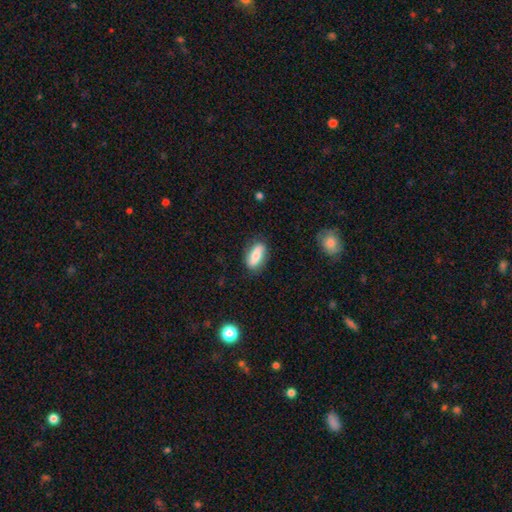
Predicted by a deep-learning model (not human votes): smooth_or_featured: smooth (p=0.69) [alt: featured or disk p=0.24]
how_rounded: in between (p=0.79) [alt: cigar-shaped p=0.17]
merging: none (p=0.80) [alt: minor disturbance p=0.15]